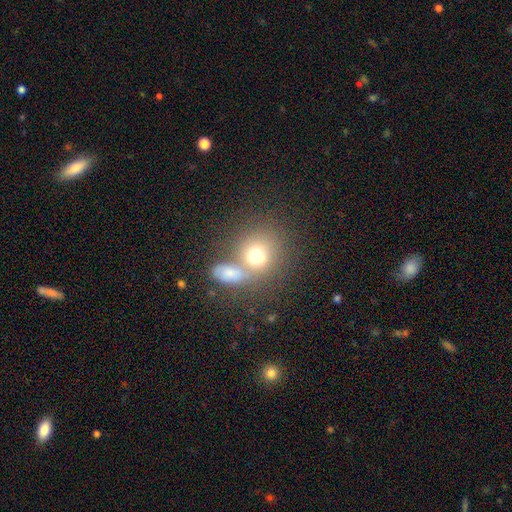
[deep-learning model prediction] Smooth or featured? smooth (69%)
How rounded? round (72%)
Merging? merger (48%)